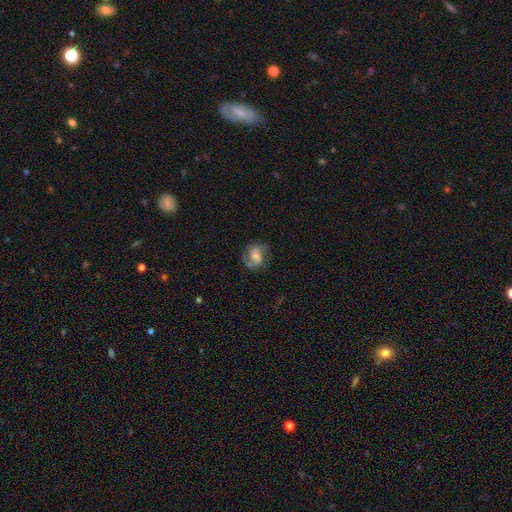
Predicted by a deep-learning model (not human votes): A featured or disk galaxy (60%) with no bar (44%), 2 (80%) medium (48%) spiral arms (88%) and a moderate central bulge (42%). Merging: none (69%).